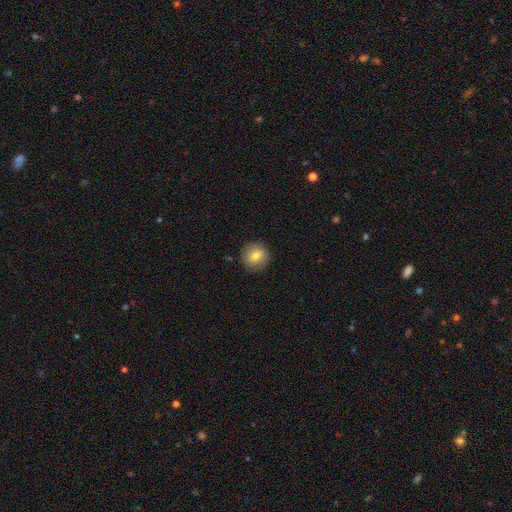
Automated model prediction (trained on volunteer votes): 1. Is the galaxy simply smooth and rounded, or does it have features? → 77% smooth, 14% featured or disk, 9% star or artifact.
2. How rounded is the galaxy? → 89% round, 10% in between, 1% cigar-shaped.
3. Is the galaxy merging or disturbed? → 88% none, 9% minor disturbance, 2% major disturbance, 1% merger.